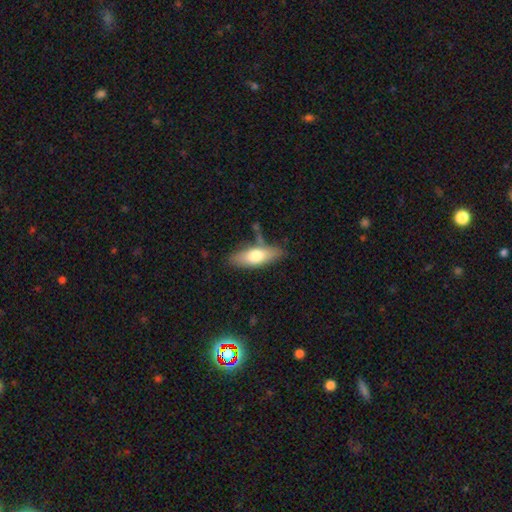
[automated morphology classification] smooth 68%, featured or disk 25%, star or artifact 6%. Down the decision tree: how rounded — in between (69%); merging — none (70%).